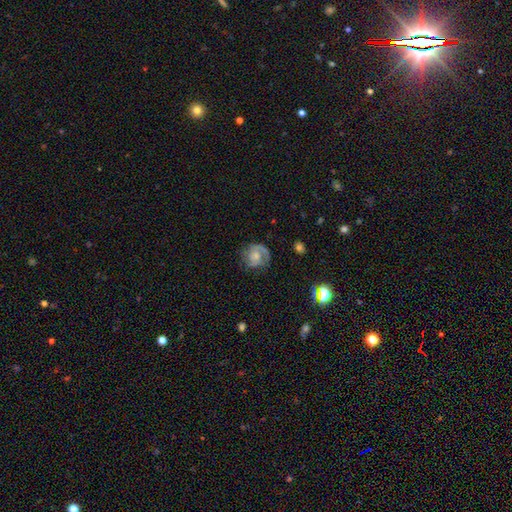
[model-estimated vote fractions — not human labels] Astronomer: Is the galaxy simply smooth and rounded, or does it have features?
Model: featured or disk — 65%.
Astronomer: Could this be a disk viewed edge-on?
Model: no — 98%.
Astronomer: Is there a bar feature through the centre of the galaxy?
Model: no — 69%.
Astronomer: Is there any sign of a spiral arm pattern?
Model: yes — 88%.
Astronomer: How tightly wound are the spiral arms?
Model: tight — 43% (runner-up: medium, 40%).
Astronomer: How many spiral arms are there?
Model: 2 — 49% (runner-up: 1, 25%).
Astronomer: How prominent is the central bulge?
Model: small — 43% (runner-up: moderate, 37%).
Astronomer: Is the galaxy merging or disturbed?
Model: none — 64%.